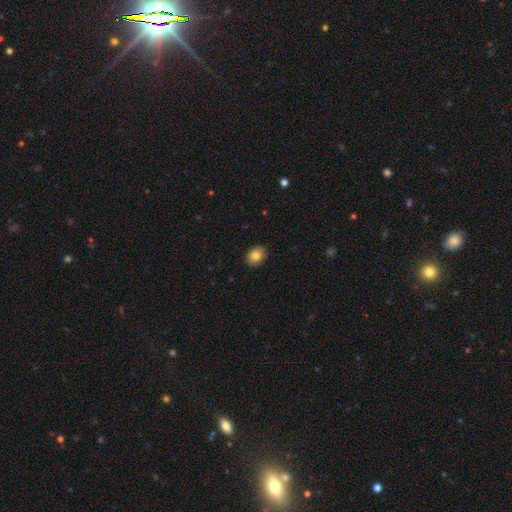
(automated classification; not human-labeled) A smooth galaxy with no disk features (82%) that is in between round and cigar-shaped (57%).

Vote fractions:
- Smooth or featured? smooth: 82% / featured or disk: 9% / star or artifact: 9%
- How rounded? in between: 57% / round: 42% / cigar-shaped: 1%
- Merging? none: 90% / minor disturbance: 8% / major disturbance: 2% / merger: 1%